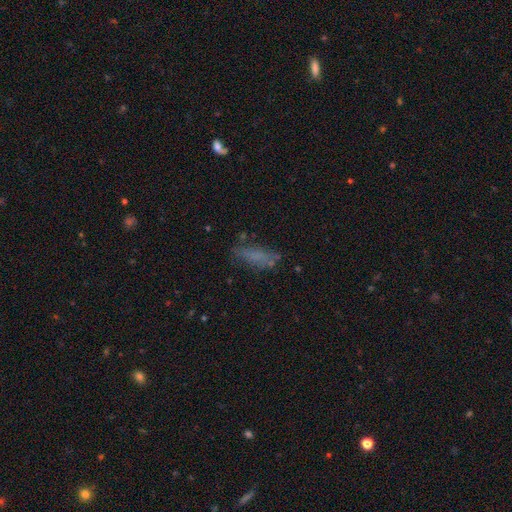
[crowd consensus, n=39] Volunteers were most divided on "how rounded": in between: 61%, cigar-shaped: 39%, round: 0%. More confident: smooth or featured — smooth (85%); merging — none (69%).